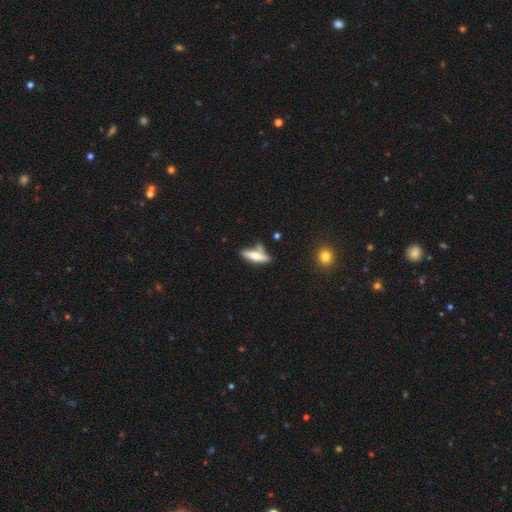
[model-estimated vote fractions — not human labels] Smooth or featured? Predicted: smooth (p=0.55). How rounded? Predicted: cigar-shaped (p=0.62). Merging? Predicted: none (p=0.61).